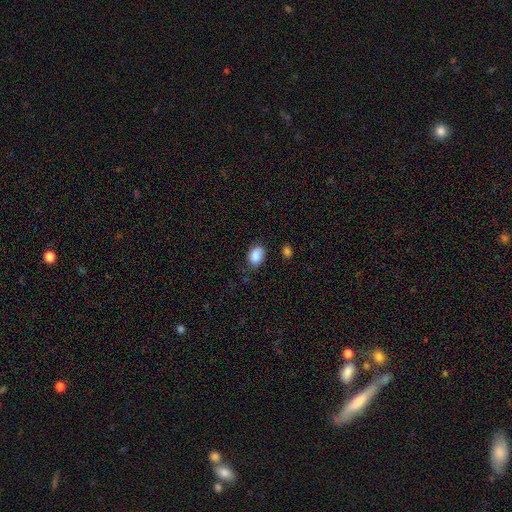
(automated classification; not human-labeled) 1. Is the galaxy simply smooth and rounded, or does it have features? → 86% smooth, 8% star or artifact, 7% featured or disk.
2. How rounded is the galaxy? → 78% in between, 21% round, 1% cigar-shaped.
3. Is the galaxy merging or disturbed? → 66% none, 26% minor disturbance, 6% major disturbance, 2% merger.